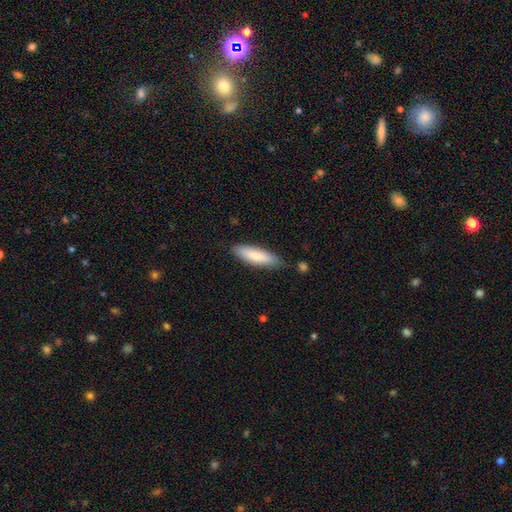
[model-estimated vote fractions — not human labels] A smooth galaxy with no disk features (83%) that is cigar-shaped (63%). Merging: none (81%).